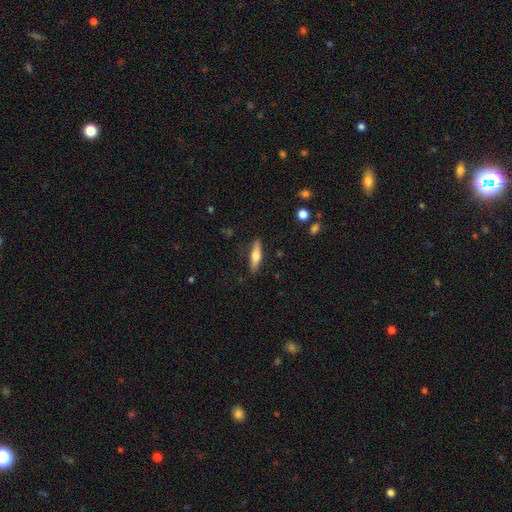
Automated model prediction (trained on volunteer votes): smooth 57%, featured or disk 37%, star or artifact 6%. Down the decision tree: how rounded — cigar-shaped (65%); merging — none (86%).